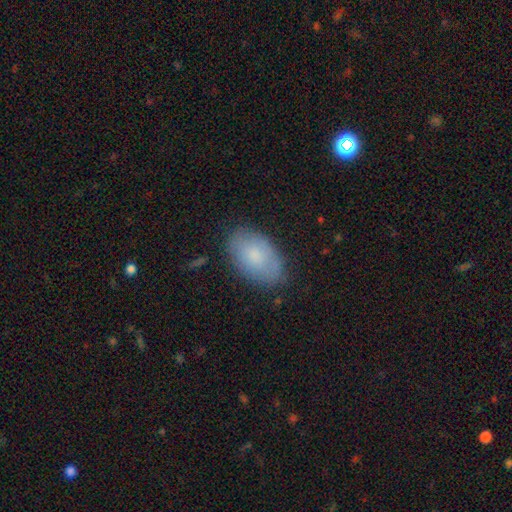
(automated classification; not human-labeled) smooth-or-featured: smooth: 76% | featured or disk: 17% | star or artifact: 7%
  how-rounded: in between: 93% | round: 5% | cigar-shaped: 1%
  merging: none: 78% | minor disturbance: 17% | major disturbance: 4% | merger: 1%